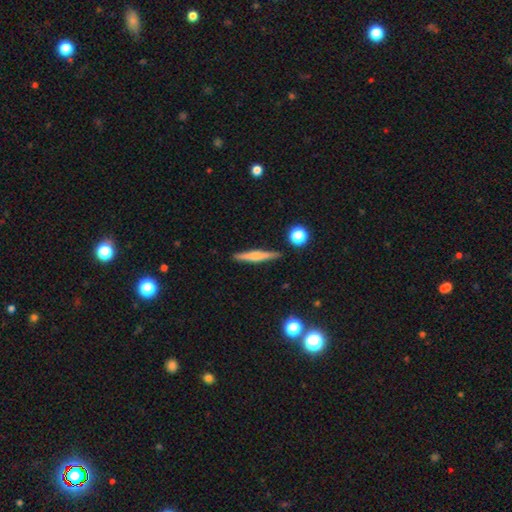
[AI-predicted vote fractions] smooth_or_featured: featured or disk (p=0.48) [alt: smooth p=0.45]
merging: none (p=0.88) [alt: minor disturbance p=0.08]